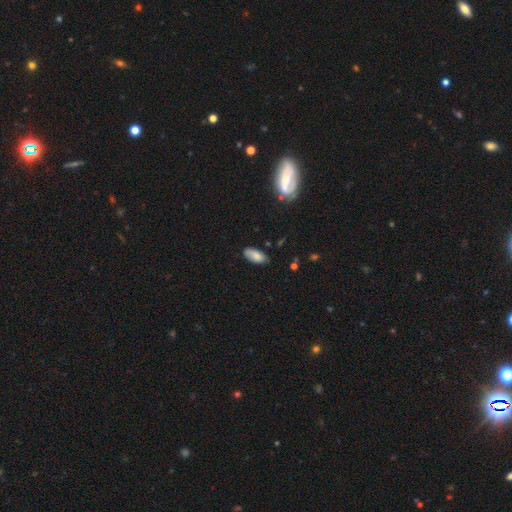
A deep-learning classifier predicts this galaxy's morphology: Smooth or featured: smooth — 82% (featured or disk — 10%)
How rounded: in between — 92% (cigar-shaped — 6%)
Merging: none — 75% (minor disturbance — 20%)